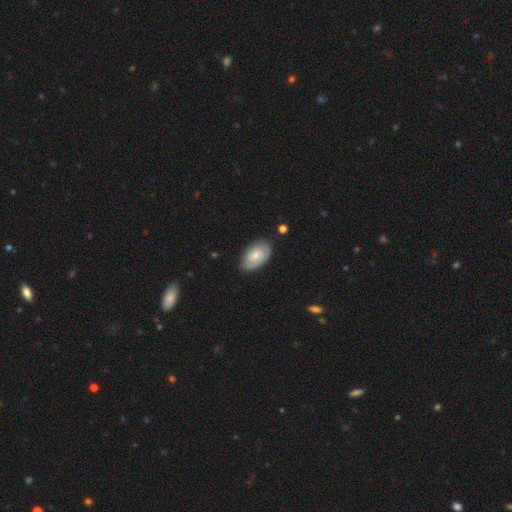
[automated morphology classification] type=smooth (63%); roundness=in between (93%); merging=none (71%).